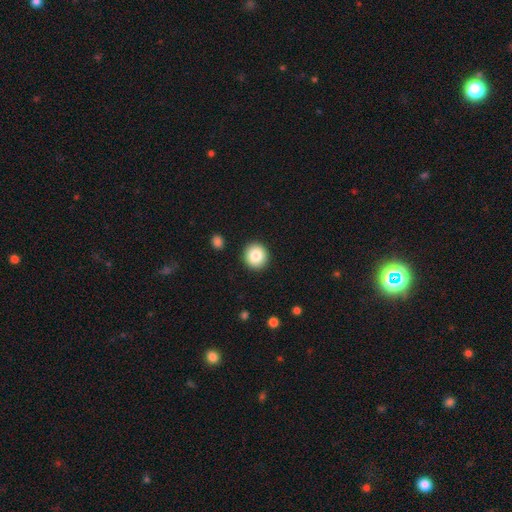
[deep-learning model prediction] smooth 84%, star or artifact 9%, featured or disk 8%. Down the decision tree: how rounded — round (90%); merging — none (91%).